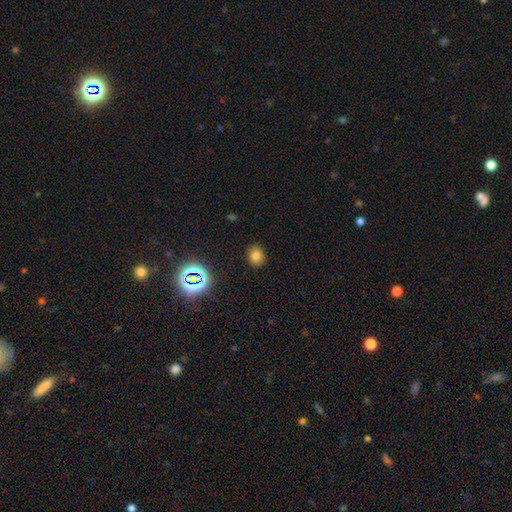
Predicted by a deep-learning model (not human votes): This appears to be a smooth galaxy with no disk features (75%) that is round (55%). Merging: none (88%).